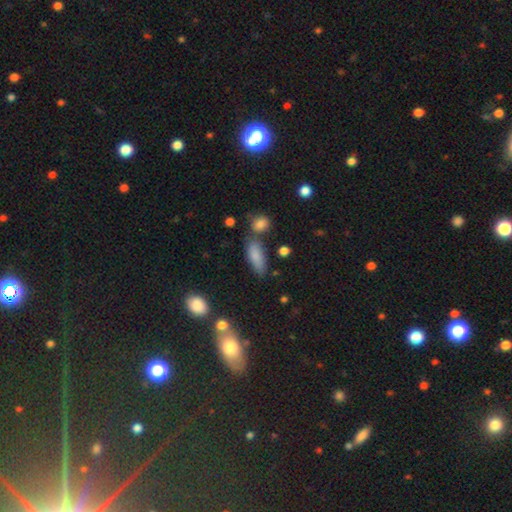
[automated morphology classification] A smooth galaxy with no disk features (83%) that is in between round and cigar-shaped (72%). Merging: none (63%).